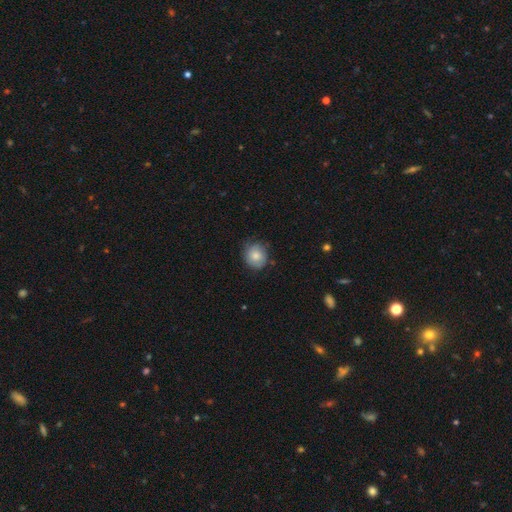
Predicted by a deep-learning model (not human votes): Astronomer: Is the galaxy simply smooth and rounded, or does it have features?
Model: smooth — 77%.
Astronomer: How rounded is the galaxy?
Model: round — 78%.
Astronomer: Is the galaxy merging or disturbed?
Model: none — 71%.